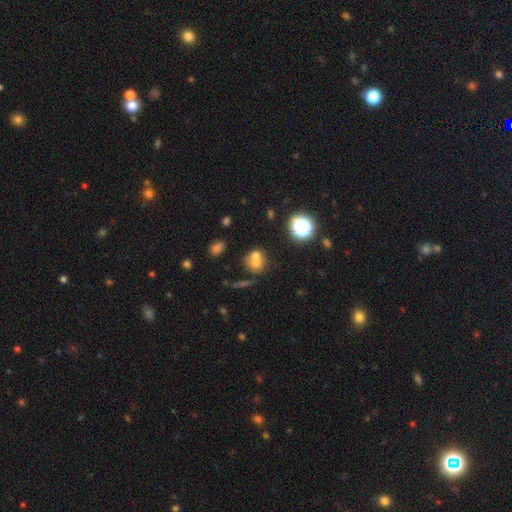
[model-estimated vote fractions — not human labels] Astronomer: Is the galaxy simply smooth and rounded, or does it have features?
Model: smooth — 61%.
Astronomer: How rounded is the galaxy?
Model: round — 76%.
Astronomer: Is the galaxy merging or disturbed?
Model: merger — 53% (runner-up: none, 36%).